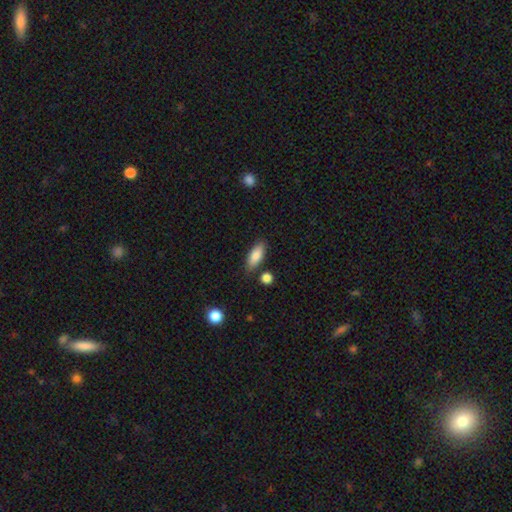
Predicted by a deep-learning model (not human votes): This is clearly a smooth galaxy (83%). How rounded: likely in between (78%). Merging: likely none (80%).